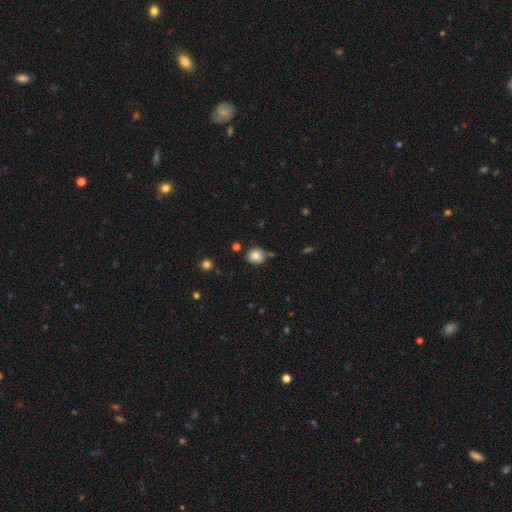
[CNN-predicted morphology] The model was most divided on "merging": none: 77%, minor disturbance: 14%, merger: 7%, major disturbance: 3%. More confident: smooth or featured — smooth (82%); how rounded — round (82%).